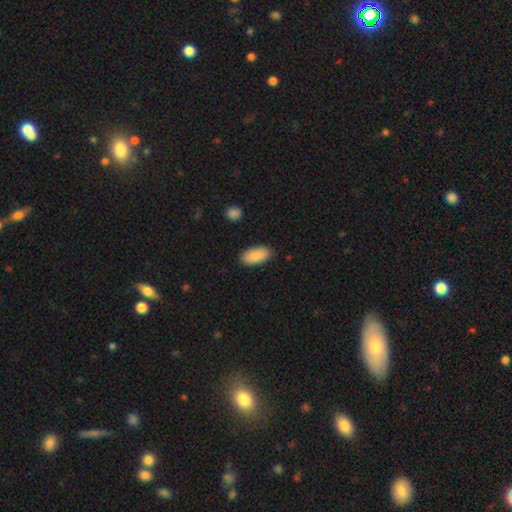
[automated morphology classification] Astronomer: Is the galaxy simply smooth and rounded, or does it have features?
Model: smooth — 89%.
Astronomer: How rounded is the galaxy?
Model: in between — 90%.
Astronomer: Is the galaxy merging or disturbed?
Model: none — 86%.